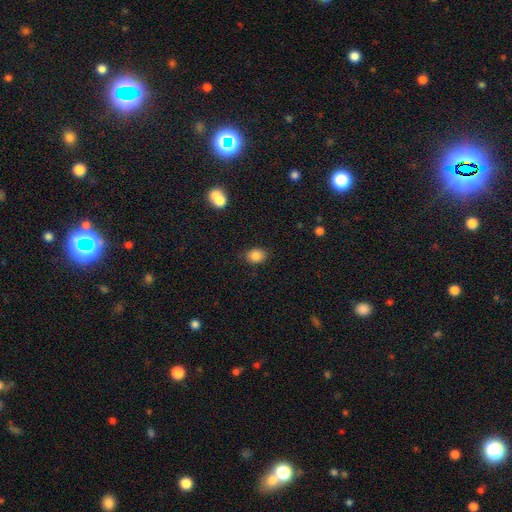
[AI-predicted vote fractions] Overall: smooth (85%). How rounded: in between (62%; round 37%). Merging: none (83%).